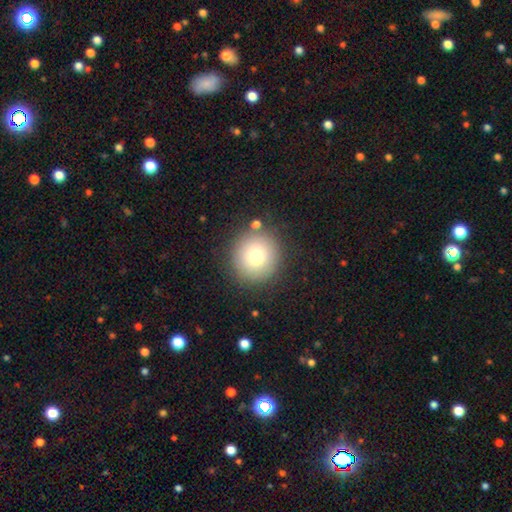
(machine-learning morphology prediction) This is likely a smooth galaxy (74%). How rounded: clearly round (94%). Merging: clearly none (85%).